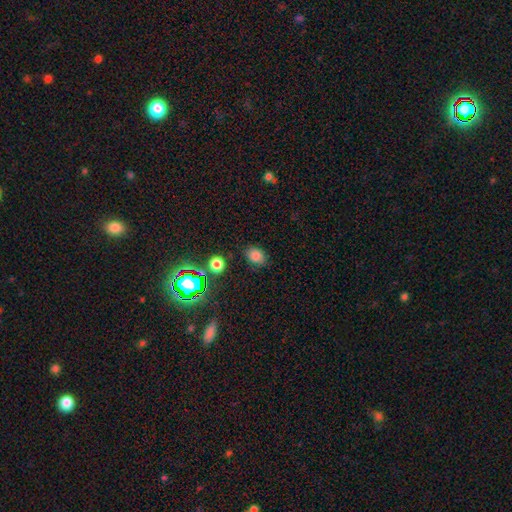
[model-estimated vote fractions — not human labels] The model was most divided on "how rounded": in between: 66%, round: 33%, cigar-shaped: 1%. More confident: merging — none (80%); smooth or featured — smooth (77%).